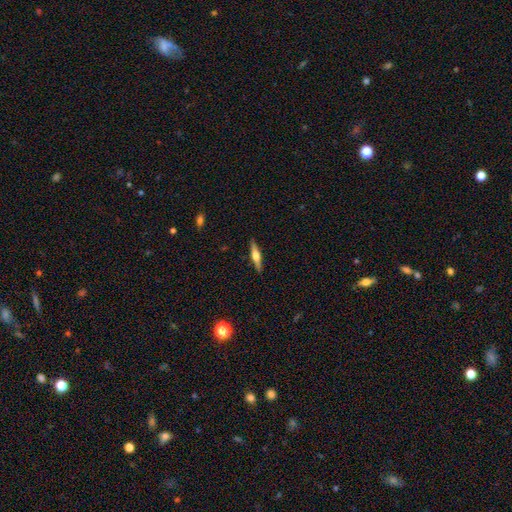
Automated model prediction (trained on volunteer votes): Smooth or featured? Predicted: featured or disk (p=0.64). Edge-on disk? Predicted: yes (p=0.97). Edge-on bulge? Predicted: rounded (p=0.91). Merging? Predicted: none (p=0.90).